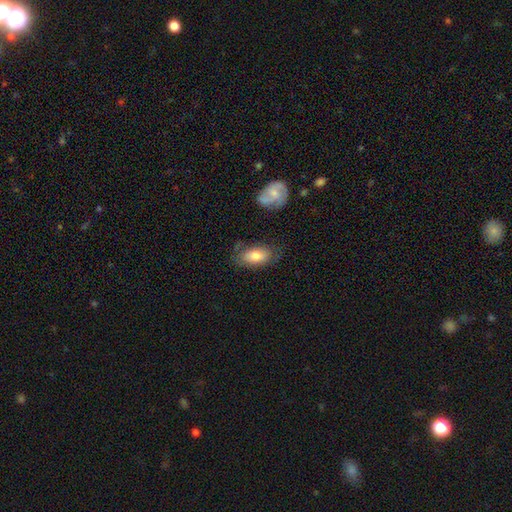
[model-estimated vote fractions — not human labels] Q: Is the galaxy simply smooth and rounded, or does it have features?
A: smooth — 74%.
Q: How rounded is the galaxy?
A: in between — 90%.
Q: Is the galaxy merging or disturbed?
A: none — 68%.